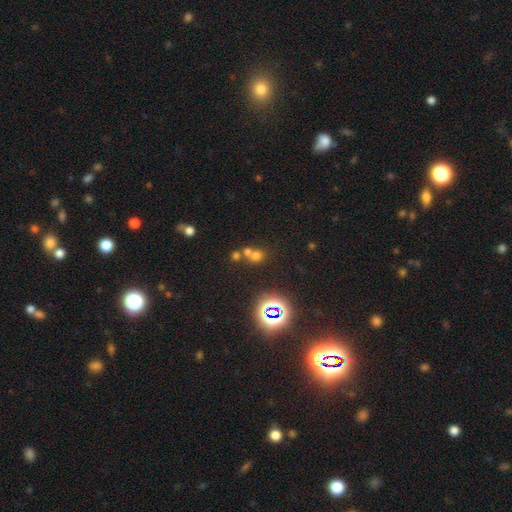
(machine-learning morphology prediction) smooth 55%, star or artifact 33%, featured or disk 12%. Down the decision tree: how rounded — round (78%); merging — merger (45%).